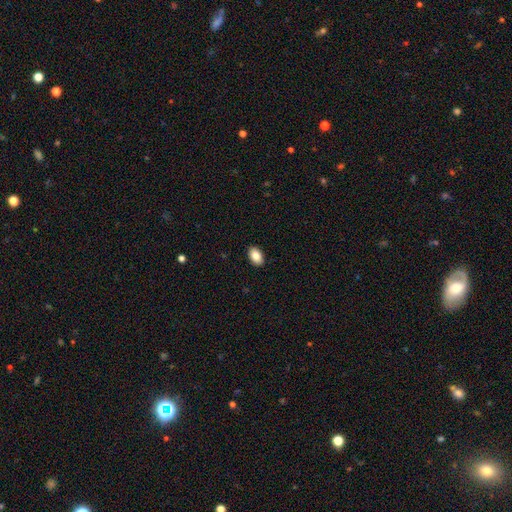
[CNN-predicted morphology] Smooth or featured?
  - smooth: 86% *
  - star or artifact: 7%
  - featured or disk: 7%
How rounded?
  - in between: 90% *
  - round: 8%
  - cigar-shaped: 1%
Merging?
  - none: 90% *
  - minor disturbance: 7%
  - major disturbance: 2%
  - merger: 1%